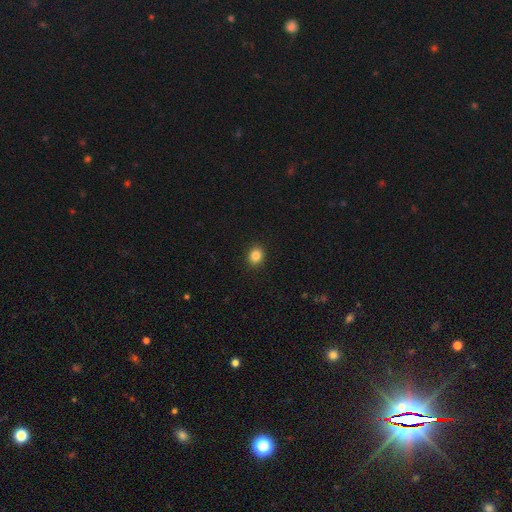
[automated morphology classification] The model was most divided on "how rounded": round: 70%, in between: 29%, cigar-shaped: 1%. More confident: merging — none (91%); smooth or featured — smooth (85%).